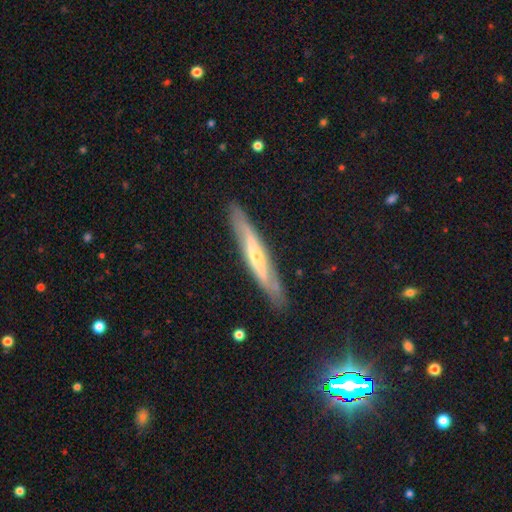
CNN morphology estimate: featured or disk 66%, smooth 23%, star or artifact 11%. Down the decision tree: edge-on disk — yes (82%); edge-on bulge — rounded (55%); merging — none (85%).